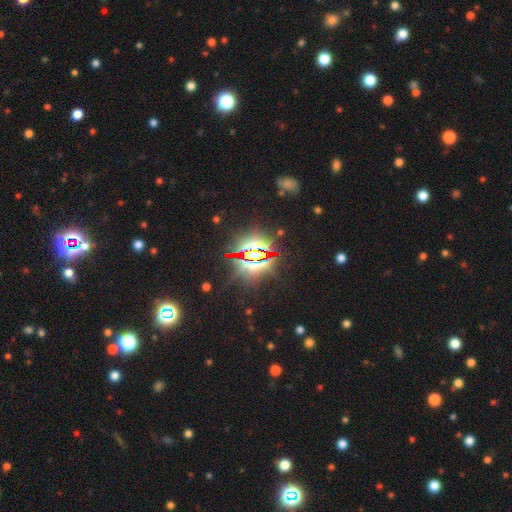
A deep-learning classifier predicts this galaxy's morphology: Smooth or featured?
  - star or artifact: 82% *
  - smooth: 9%
  - featured or disk: 9%